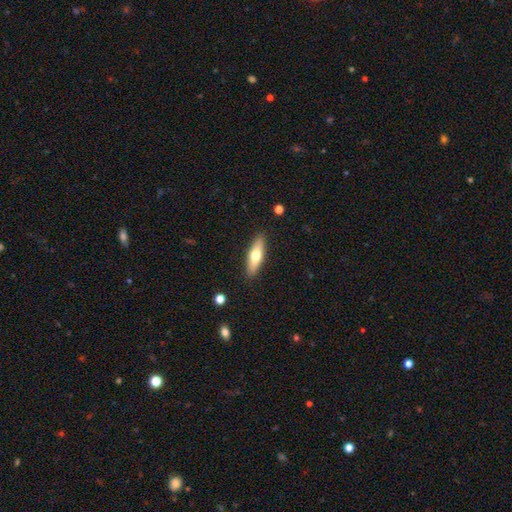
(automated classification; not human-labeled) A smooth galaxy with no disk features (61%) that is cigar-shaped (52%).

Vote fractions:
- Smooth or featured? smooth: 61% / featured or disk: 33% / star or artifact: 6%
- How rounded? cigar-shaped: 52% / in between: 45% / round: 2%
- Merging? none: 89% / minor disturbance: 8% / major disturbance: 2% / merger: 1%